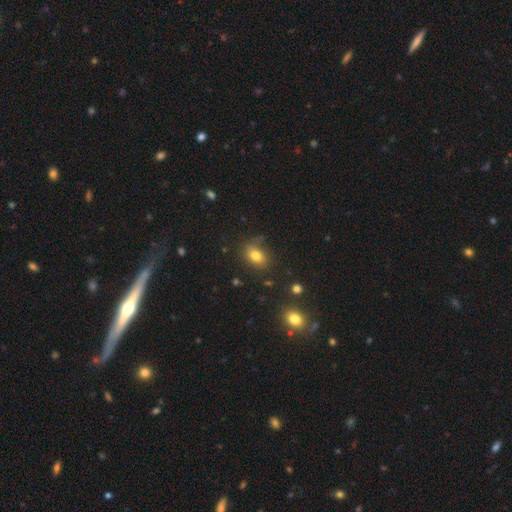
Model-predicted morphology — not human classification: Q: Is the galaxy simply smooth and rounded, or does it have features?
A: smooth — 79%.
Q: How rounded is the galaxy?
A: in between — 73%.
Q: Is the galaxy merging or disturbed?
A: none — 71%.